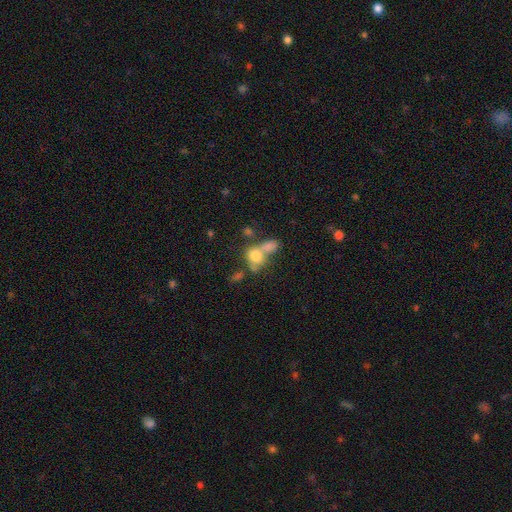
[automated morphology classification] The model was most divided on "how rounded": in between: 54%, round: 43%, cigar-shaped: 3%. More confident: smooth or featured — smooth (73%); merging — merger (56%).